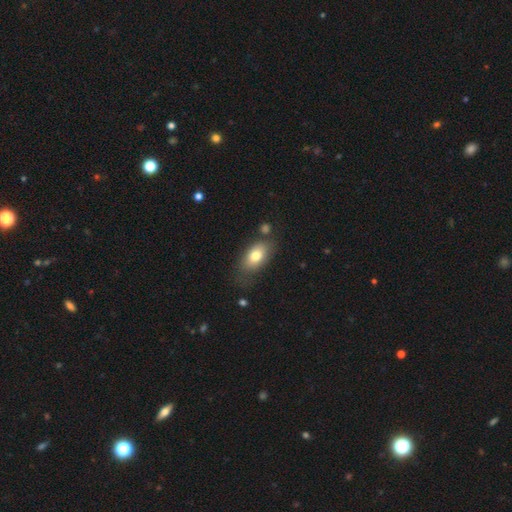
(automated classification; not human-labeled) Smooth or featured?
  - smooth: 76% *
  - featured or disk: 16%
  - star or artifact: 8%
How rounded?
  - in between: 89% *
  - round: 7%
  - cigar-shaped: 5%
Merging?
  - none: 66% *
  - minor disturbance: 20%
  - major disturbance: 7%
  - merger: 7%